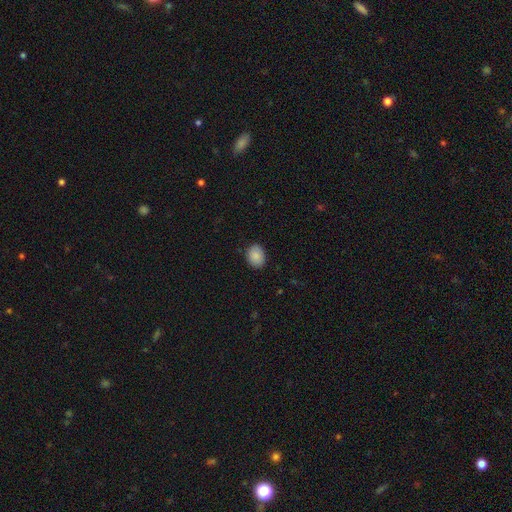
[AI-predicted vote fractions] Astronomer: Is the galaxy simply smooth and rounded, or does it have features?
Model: smooth — 88%.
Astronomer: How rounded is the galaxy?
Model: in between — 55% (runner-up: round, 44%).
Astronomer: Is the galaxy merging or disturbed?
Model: none — 86%.